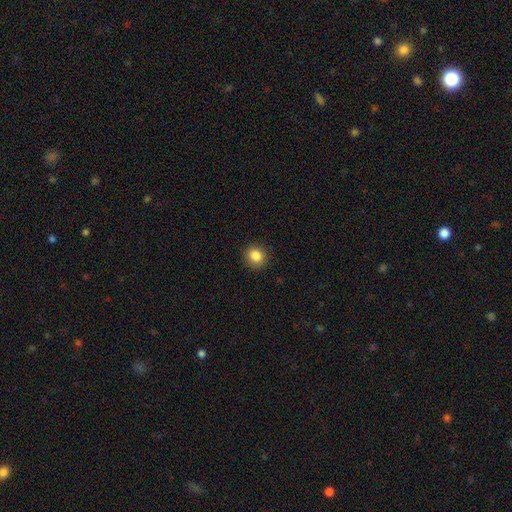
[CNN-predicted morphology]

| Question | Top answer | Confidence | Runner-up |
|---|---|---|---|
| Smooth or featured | smooth | 85% | star or artifact (10%) |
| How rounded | round | 83% | in between (16%) |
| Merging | none | 91% | minor disturbance (6%) |